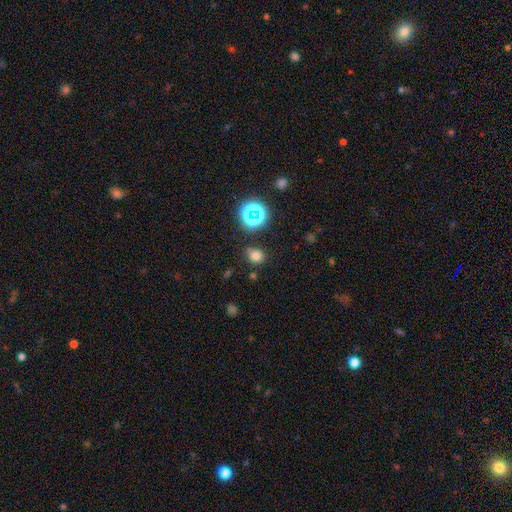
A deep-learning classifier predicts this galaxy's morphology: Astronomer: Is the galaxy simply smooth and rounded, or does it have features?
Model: smooth — 72%.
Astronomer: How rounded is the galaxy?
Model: round — 69%.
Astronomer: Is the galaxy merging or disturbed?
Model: none — 76%.